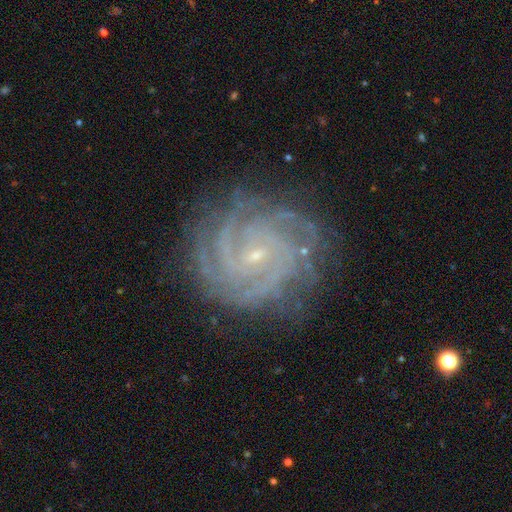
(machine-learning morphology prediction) This is clearly a featured or disk galaxy (89%). It is clearly not viewed edge-on (98%). Bar: possibly no (54%). Spiral arm pattern: clearly yes (98%). Spiral arm count: marginally 4 (27%). Spiral winding: likely tight (79%). Central bulge: clearly small (87%). Merging: clearly none (81%).